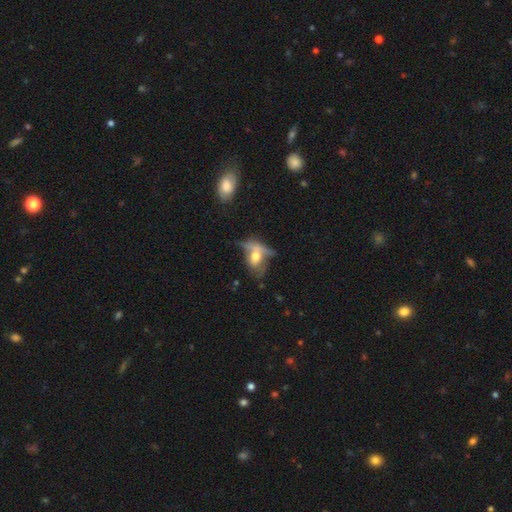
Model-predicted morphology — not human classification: smooth 49%, featured or disk 39%, star or artifact 12%. Down the decision tree: merging — major disturbance (33%).